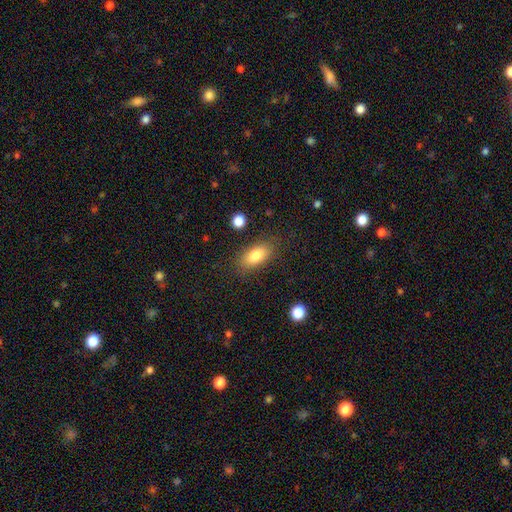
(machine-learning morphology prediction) Smooth or featured? smooth (81%)
How rounded? in between (87%)
Merging? none (83%)